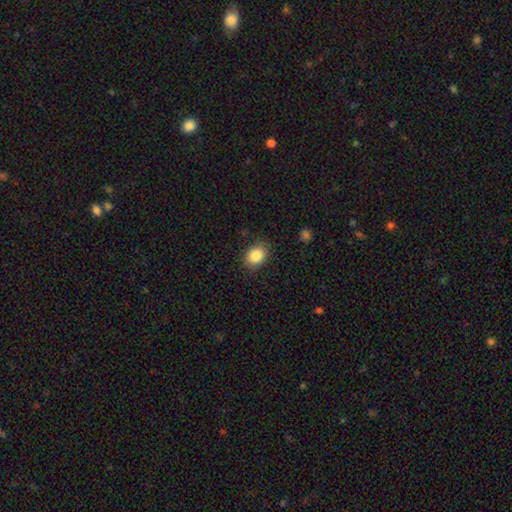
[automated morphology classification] smooth_or_featured: smooth (p=0.86) [alt: star or artifact p=0.09]
how_rounded: in between (p=0.57) [alt: round p=0.42]
merging: none (p=0.83) [alt: minor disturbance p=0.12]